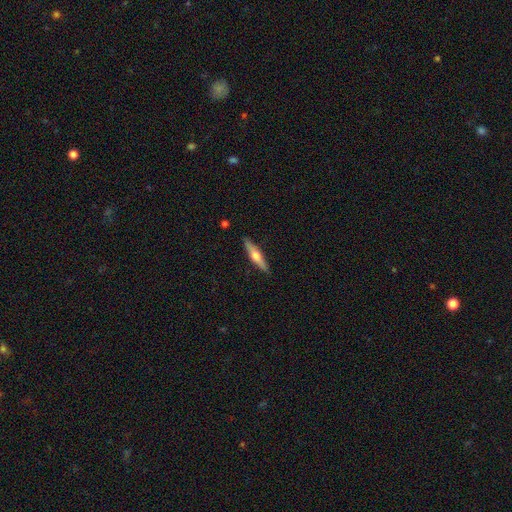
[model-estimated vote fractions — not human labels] smooth-or-featured: featured or disk: 56% | smooth: 38% | star or artifact: 6%
  disk-edge-on: yes: 95% | no: 5%
    edge-on-bulge: rounded: 91% | boxy: 5% | none: 4%
  merging: none: 89% | minor disturbance: 8% | major disturbance: 2% | merger: 1%